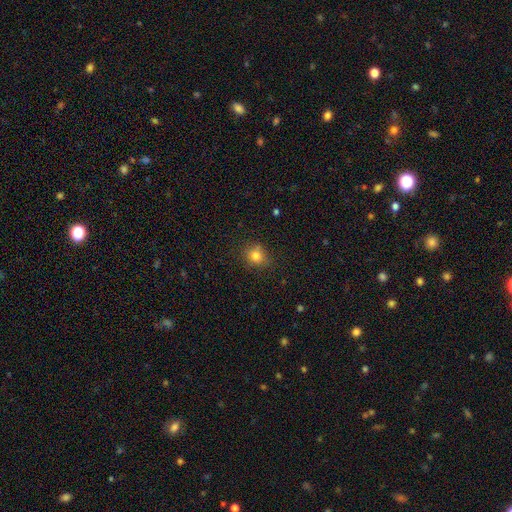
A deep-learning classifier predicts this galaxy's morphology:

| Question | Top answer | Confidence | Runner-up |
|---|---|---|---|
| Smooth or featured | smooth | 79% | star or artifact (13%) |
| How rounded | round | 72% | in between (27%) |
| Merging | none | 75% | minor disturbance (18%) |